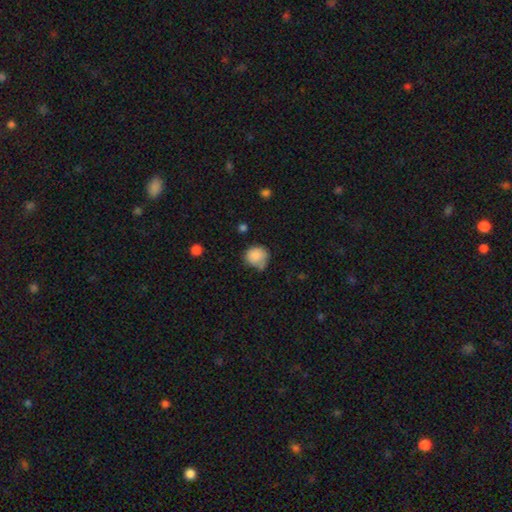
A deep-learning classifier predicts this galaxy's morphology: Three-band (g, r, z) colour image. It shows a smooth galaxy with no disk features (85%) that is round (81%). Merging: none (52%).